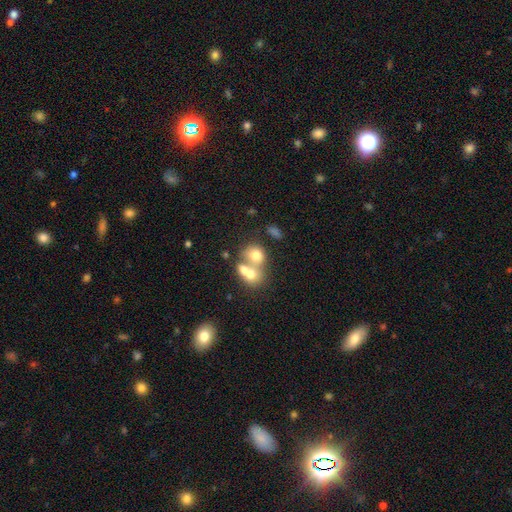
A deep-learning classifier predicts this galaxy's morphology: smooth 64%, featured or disk 25%, star or artifact 11%. Down the decision tree: how rounded — round (54%); merging — merger (65%).